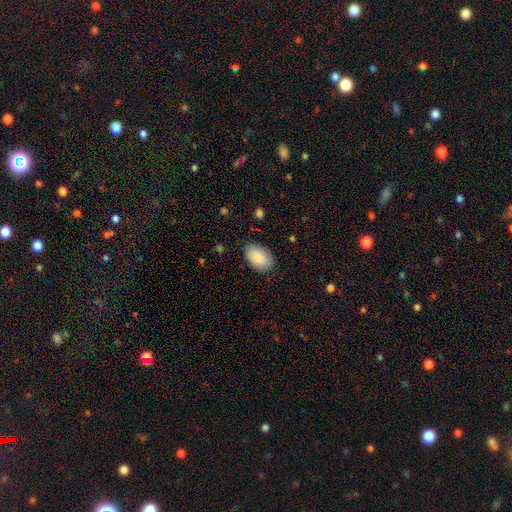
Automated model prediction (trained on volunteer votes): Smooth or featured? smooth (85%)
How rounded? in between (91%)
Merging? none (84%)